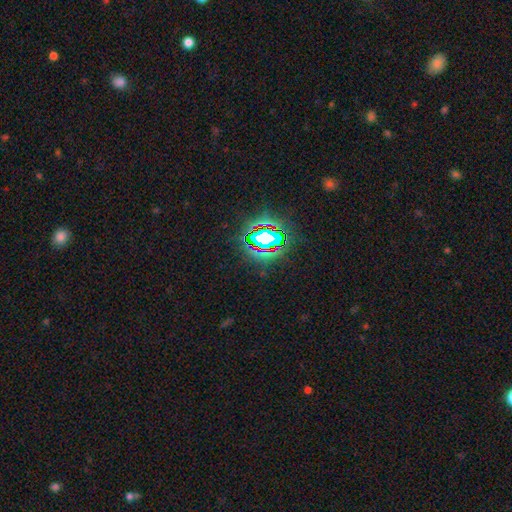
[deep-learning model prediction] Overall: star or artifact (80%).